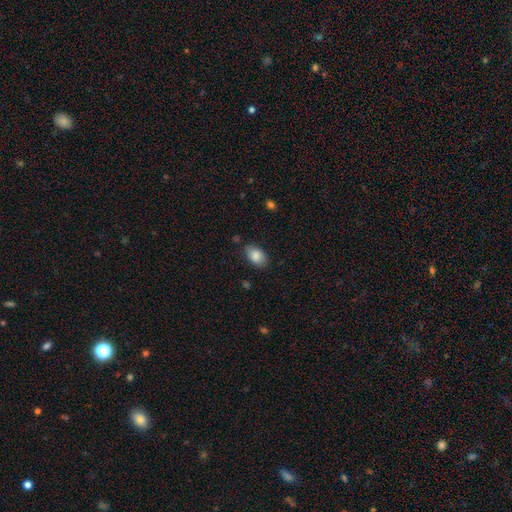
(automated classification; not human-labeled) Q: Smooth or featured?
A: smooth (87%); runner-up: star or artifact (7%)
Q: How rounded?
A: in between (90%); runner-up: round (9%)
Q: Merging?
A: none (81%); runner-up: minor disturbance (14%)